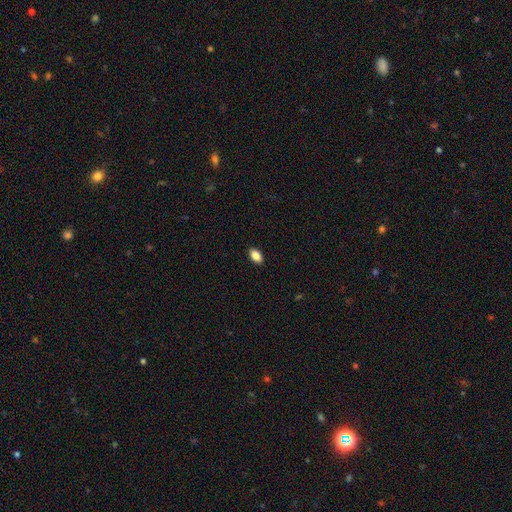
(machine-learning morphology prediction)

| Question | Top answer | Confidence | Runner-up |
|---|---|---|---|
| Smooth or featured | smooth | 87% | star or artifact (8%) |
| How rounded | in between | 91% | round (7%) |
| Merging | none | 90% | minor disturbance (7%) |